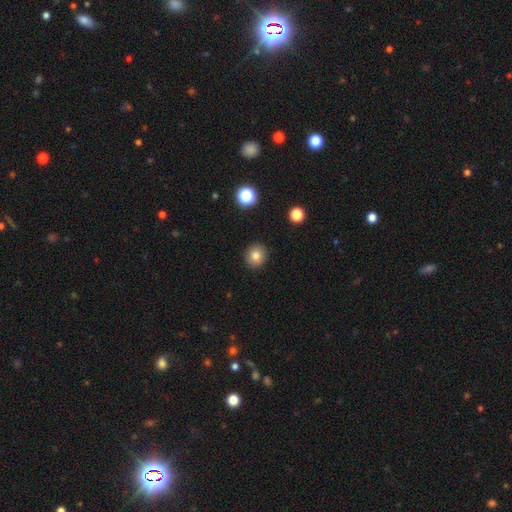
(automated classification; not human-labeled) Smooth or featured? Predicted: smooth (p=0.81). How rounded? Predicted: round (p=0.87). Merging? Predicted: none (p=0.91).